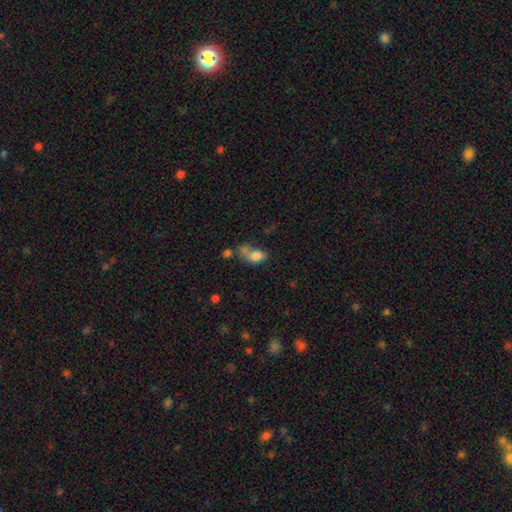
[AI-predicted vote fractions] Overall: smooth (78%). How rounded: in between (82%). Merging: merger (38%; none 28%).